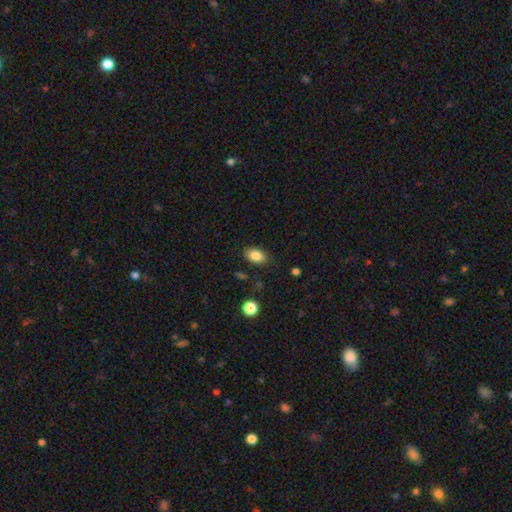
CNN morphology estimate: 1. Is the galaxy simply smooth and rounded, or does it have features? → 84% smooth, 9% star or artifact, 7% featured or disk.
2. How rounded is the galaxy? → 87% in between, 11% round, 2% cigar-shaped.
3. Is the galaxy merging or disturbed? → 84% none, 11% minor disturbance, 3% major disturbance, 2% merger.